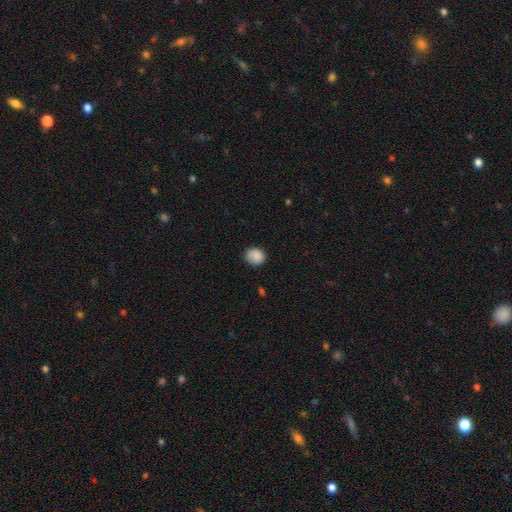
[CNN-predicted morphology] The model was most divided on "how rounded": round: 72%, in between: 27%, cigar-shaped: 1%. More confident: smooth or featured — smooth (86%); merging — none (77%).